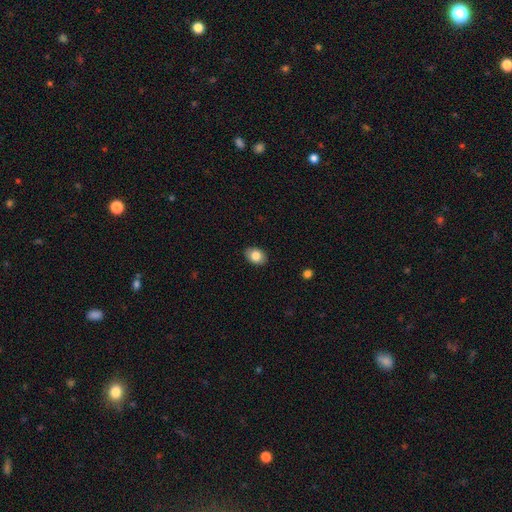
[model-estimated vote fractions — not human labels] Morphology: type=smooth (83%); roundness=in between (77%); merging=none (88%).